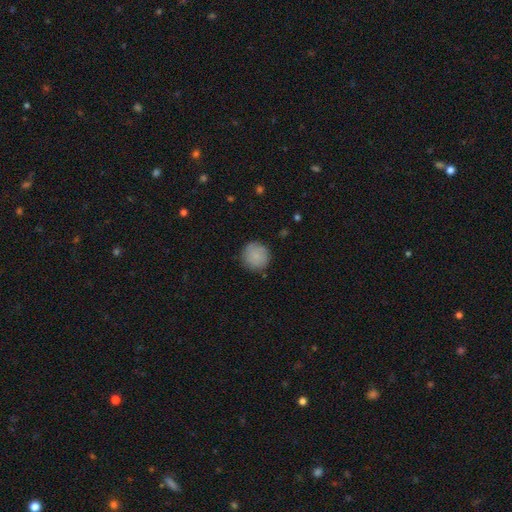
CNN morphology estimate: The model was most divided on "merging": none: 86%, minor disturbance: 11%, major disturbance: 3%, merger: 1%. More confident: how rounded — round (93%); smooth or featured — smooth (87%).